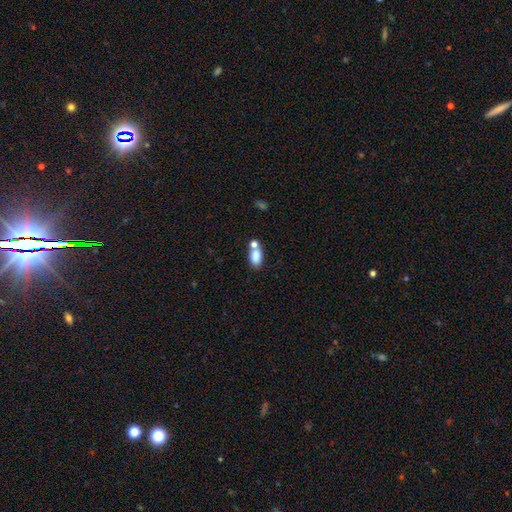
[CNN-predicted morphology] smooth 83%, star or artifact 9%, featured or disk 8%. Down the decision tree: how rounded — in between (88%); merging — none (48%).